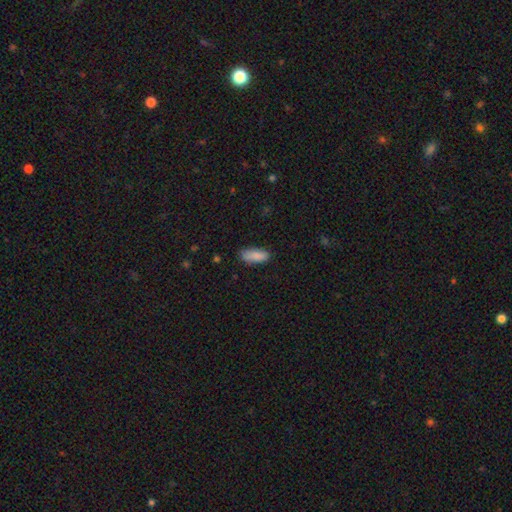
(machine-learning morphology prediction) Smooth or featured: smooth — 88% (star or artifact — 6%)
How rounded: in between — 78% (cigar-shaped — 20%)
Merging: none — 78% (minor disturbance — 17%)